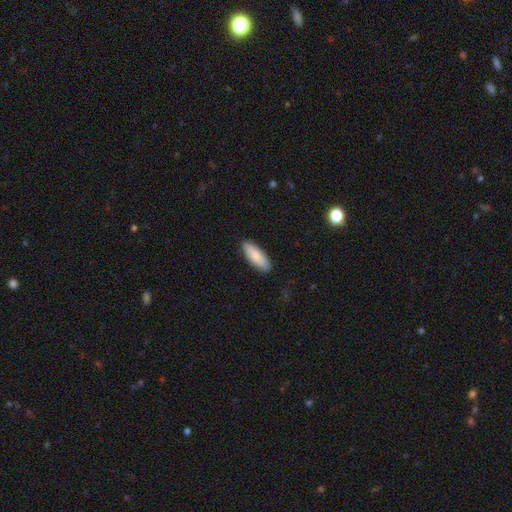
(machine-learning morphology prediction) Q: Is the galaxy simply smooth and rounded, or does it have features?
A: smooth — 85%.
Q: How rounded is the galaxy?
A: in between — 67%.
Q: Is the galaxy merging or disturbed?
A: none — 89%.